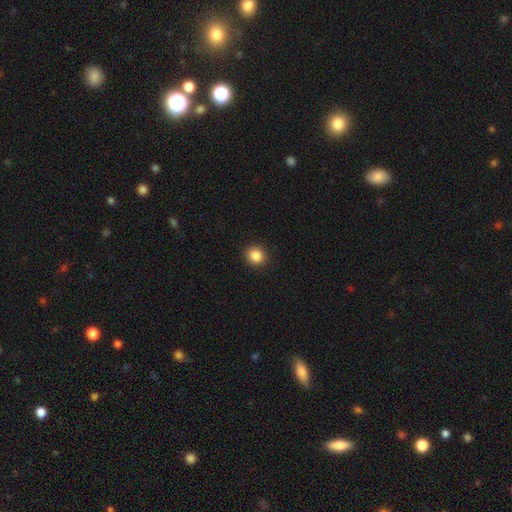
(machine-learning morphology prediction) Q: Smooth or featured?
A: smooth (86%); runner-up: star or artifact (10%)
Q: How rounded?
A: round (84%); runner-up: in between (15%)
Q: Merging?
A: none (92%); runner-up: minor disturbance (5%)